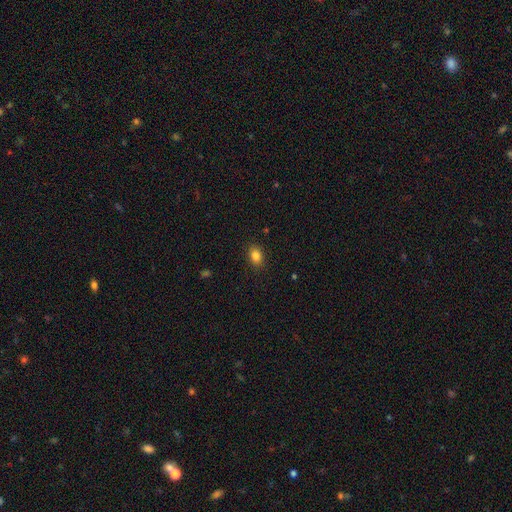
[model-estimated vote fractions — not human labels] This appears to be a smooth galaxy with no disk features (85%) that is in between round and cigar-shaped (75%). Merging: none (88%).